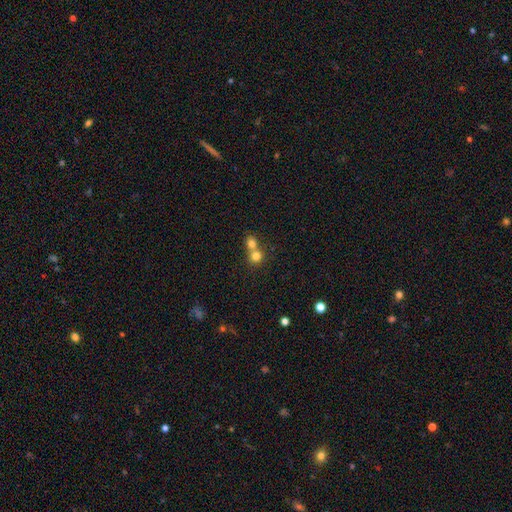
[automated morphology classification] A smooth galaxy with no disk features (78%) that is round (85%). Merging: merger (57%).